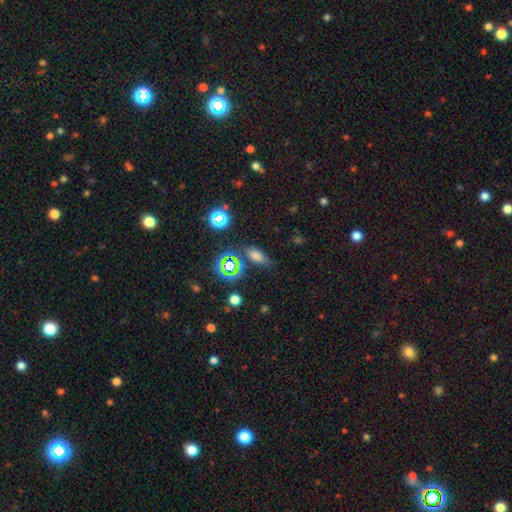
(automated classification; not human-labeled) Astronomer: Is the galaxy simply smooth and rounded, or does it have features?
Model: smooth — 60%.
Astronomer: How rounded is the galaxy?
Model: in between — 70%.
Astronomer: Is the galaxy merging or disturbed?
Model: none — 68%.